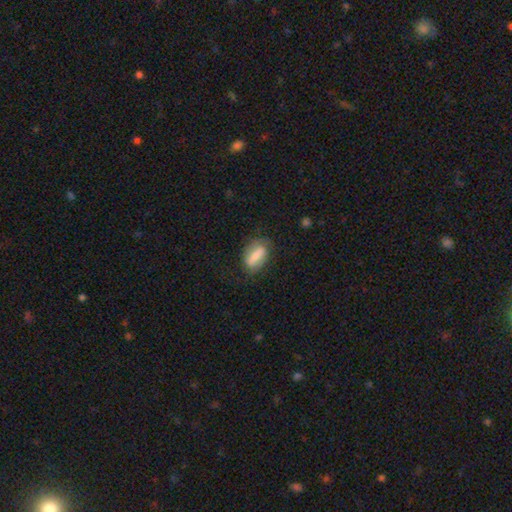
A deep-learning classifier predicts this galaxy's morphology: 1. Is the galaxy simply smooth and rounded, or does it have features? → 62% smooth, 31% featured or disk, 7% star or artifact.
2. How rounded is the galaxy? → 80% in between, 15% cigar-shaped, 5% round.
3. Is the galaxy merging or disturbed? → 67% none, 22% minor disturbance, 10% major disturbance, 2% merger.